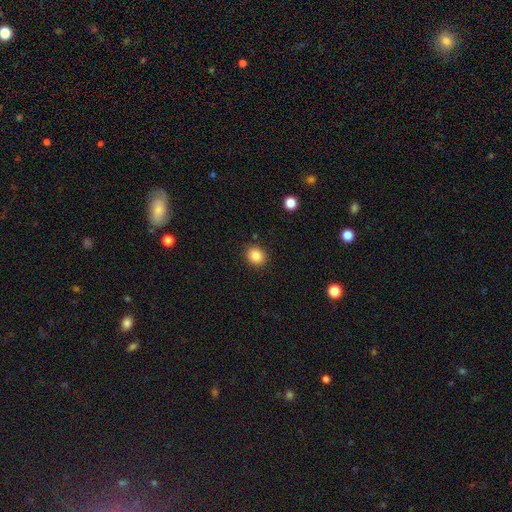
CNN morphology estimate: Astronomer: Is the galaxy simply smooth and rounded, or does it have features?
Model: smooth — 85%.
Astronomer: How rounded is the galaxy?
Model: round — 74%.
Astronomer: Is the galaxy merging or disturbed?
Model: none — 89%.